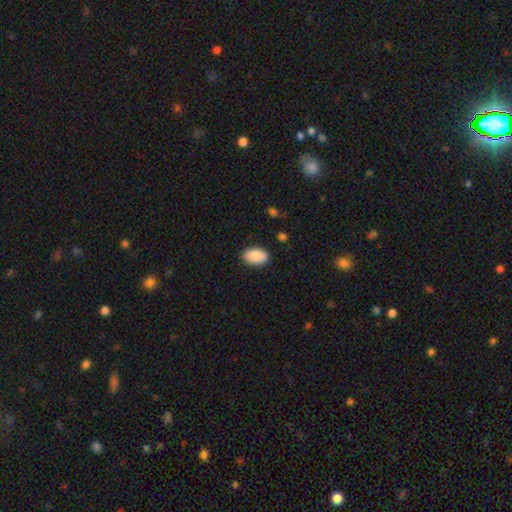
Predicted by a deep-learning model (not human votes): A smooth galaxy with no disk features (89%) that is in between round and cigar-shaped (93%).

Vote fractions:
- Smooth or featured? smooth: 89% / star or artifact: 6% / featured or disk: 4%
- How rounded? in between: 93% / round: 5% / cigar-shaped: 1%
- Merging? none: 87% / minor disturbance: 9% / major disturbance: 2% / merger: 1%